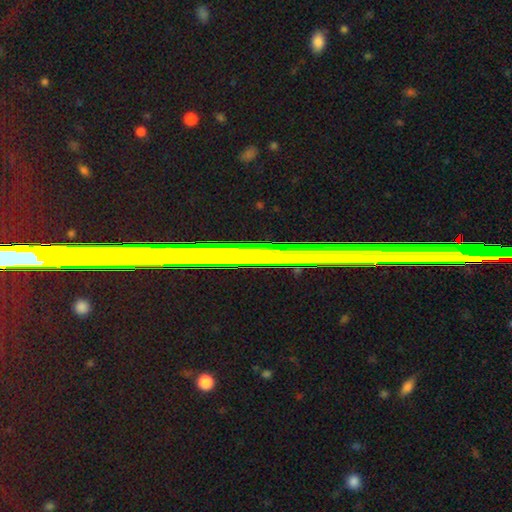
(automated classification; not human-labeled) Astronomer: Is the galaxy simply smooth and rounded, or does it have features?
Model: star or artifact — 67%.